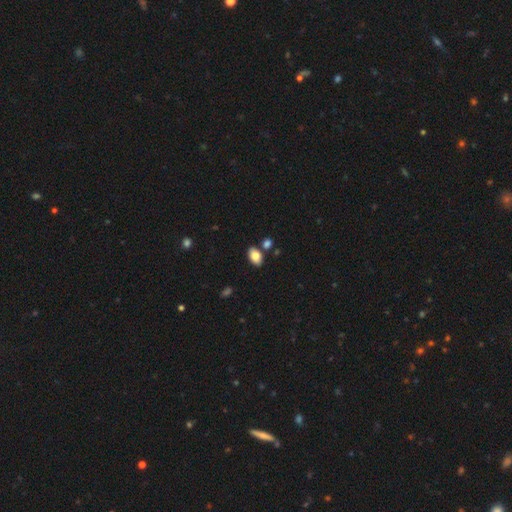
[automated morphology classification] Smooth or featured? smooth (84%)
How rounded? in between (92%)
Merging? none (78%)